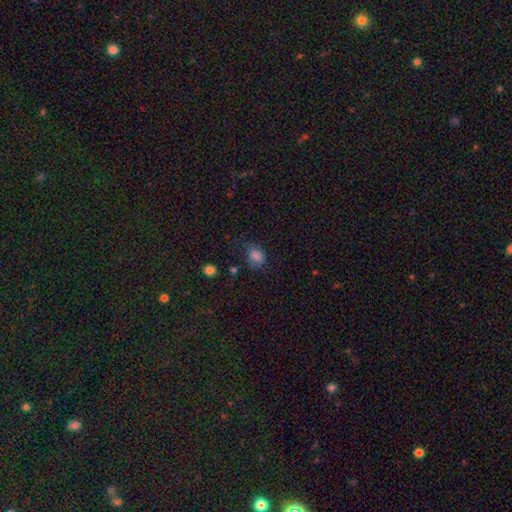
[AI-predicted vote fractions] Overall: smooth (82%). How rounded: round (53%; in between 46%). Merging: none (61%; minor disturbance 26%).